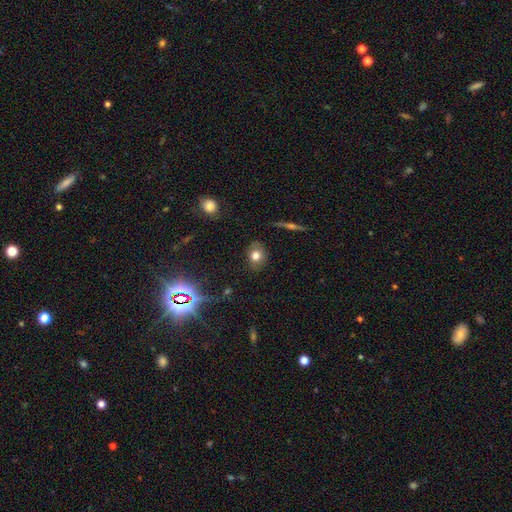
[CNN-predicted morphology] Smooth or featured? Predicted: smooth (p=0.72). How rounded? Predicted: in between (p=0.51). Merging? Predicted: none (p=0.79).